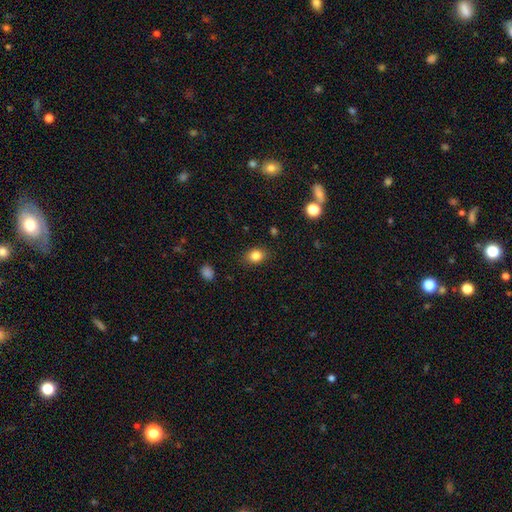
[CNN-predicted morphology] The model was most divided on "how rounded": in between: 60%, round: 39%, cigar-shaped: 1%. More confident: merging — none (86%); smooth or featured — smooth (84%).